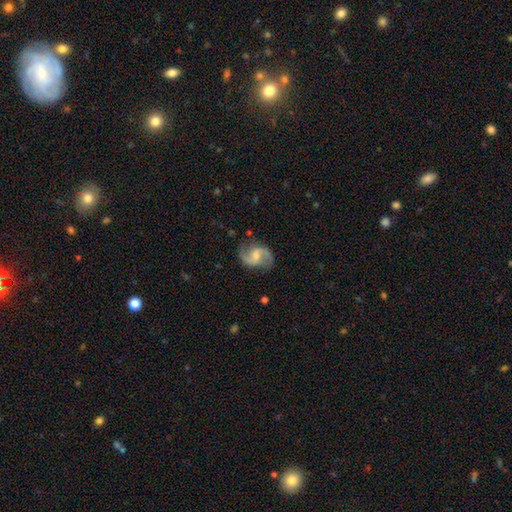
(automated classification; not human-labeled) Smooth or featured? Predicted: featured or disk (p=0.88). Edge-on disk? Predicted: no (p=0.98). Bar? Predicted: weak (p=0.53). Spiral arms? Predicted: yes (p=0.97). Spiral winding? Predicted: medium (p=0.52). Spiral arm count? Predicted: 2 (p=0.93). Bulge size? Predicted: small (p=0.41). Merging? Predicted: none (p=0.79).